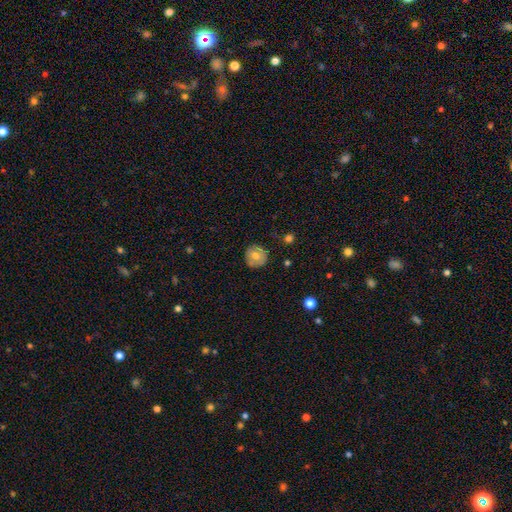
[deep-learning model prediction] The model was most divided on "smooth or featured": smooth: 59%, featured or disk: 34%, star or artifact: 7%. More confident: how rounded — round (89%); merging — none (83%).